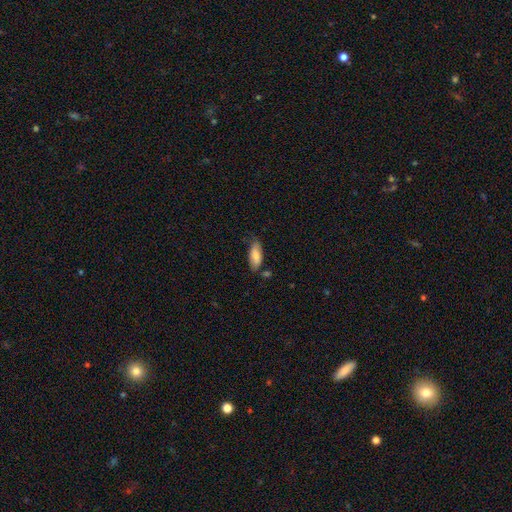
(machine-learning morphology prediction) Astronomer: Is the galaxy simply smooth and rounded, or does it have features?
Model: smooth — 83%.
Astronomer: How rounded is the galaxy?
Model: in between — 78%.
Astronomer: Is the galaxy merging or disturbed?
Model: none — 68%.